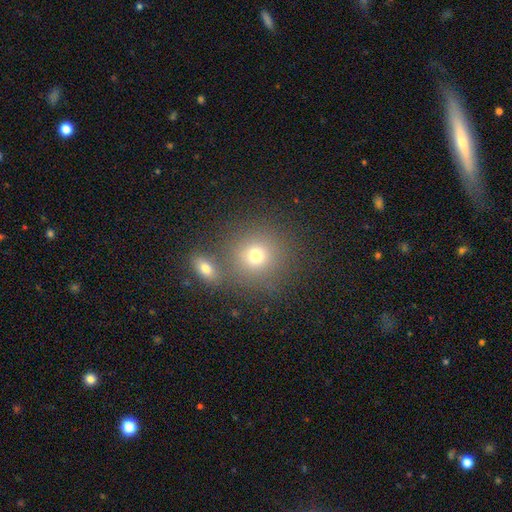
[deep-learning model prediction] smooth_or_featured: smooth (p=0.72) [alt: star or artifact p=0.16]
how_rounded: round (p=0.88) [alt: in between p=0.11]
merging: none (p=0.67) [alt: merger p=0.21]